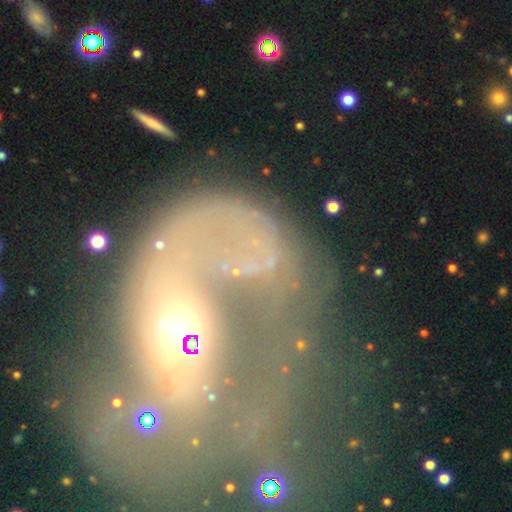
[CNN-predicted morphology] Smooth or featured? Predicted: featured or disk (p=0.60). Edge-on disk? Predicted: no (p=0.94). Bar? Predicted: no (p=0.61). Spiral arms? Predicted: no (p=0.50, tied with yes). Bulge size? Predicted: moderate (p=0.53). Merging? Predicted: major disturbance (p=0.40).